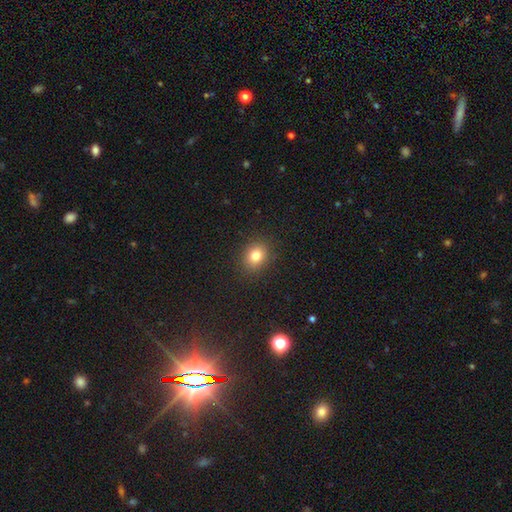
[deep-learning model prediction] Morphology: type=smooth (80%); roundness=round (55%); merging=none (88%).